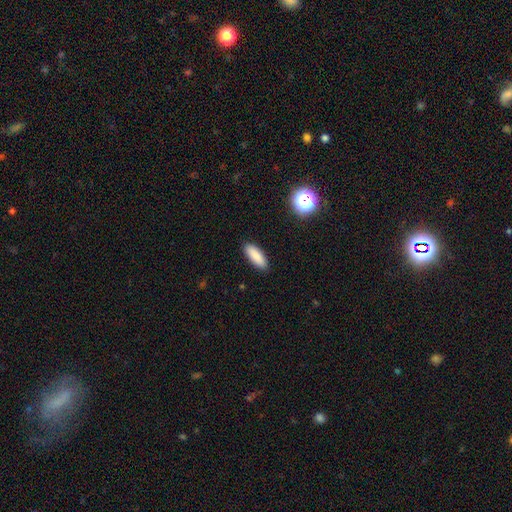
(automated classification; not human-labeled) The model was most divided on "how rounded": in between: 65%, cigar-shaped: 33%, round: 2%. More confident: merging — none (90%); smooth or featured — smooth (87%).